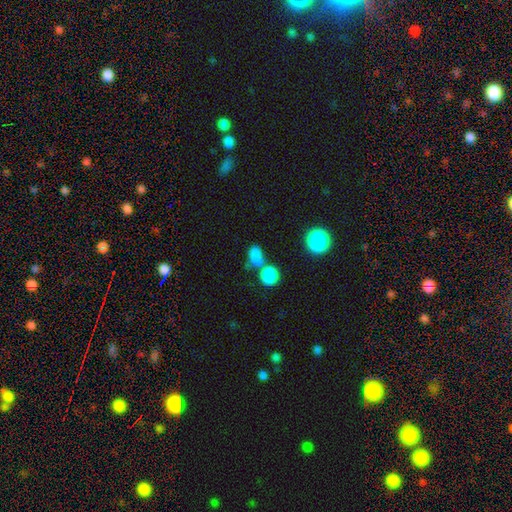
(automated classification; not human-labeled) Smooth or featured? Predicted: smooth (p=0.82). How rounded? Predicted: in between (p=0.70). Merging? Predicted: merger (p=0.43).